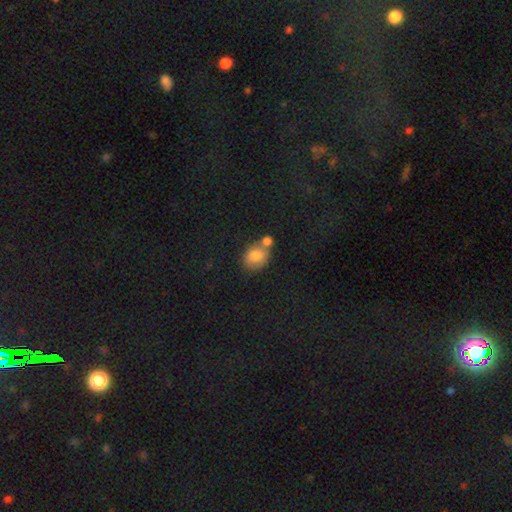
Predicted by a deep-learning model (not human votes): Smooth or featured? smooth (76%)
How rounded? round (51%)
Merging? none (46%)